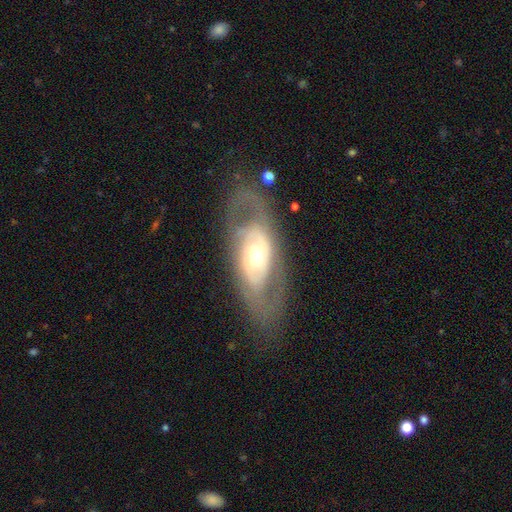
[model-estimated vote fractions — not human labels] Morphology: type=featured or disk (75%); edge-on=no (89%); bar=no (68%); spiral arms=yes (57%); bulge=moderate (67%); merging=none (71%).